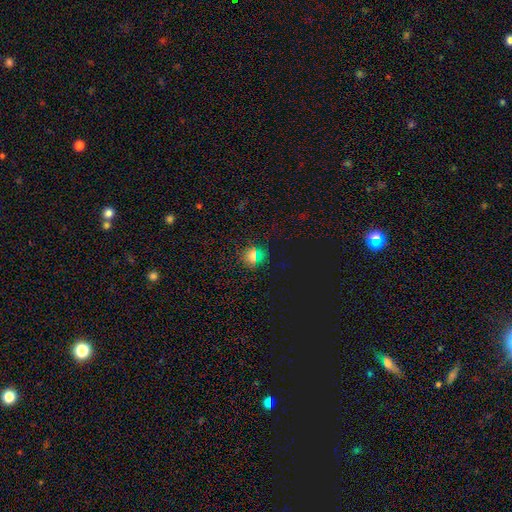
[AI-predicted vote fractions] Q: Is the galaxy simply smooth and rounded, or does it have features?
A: smooth — 58%.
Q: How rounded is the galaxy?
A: round — 84%.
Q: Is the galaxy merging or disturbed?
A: none — 88%.